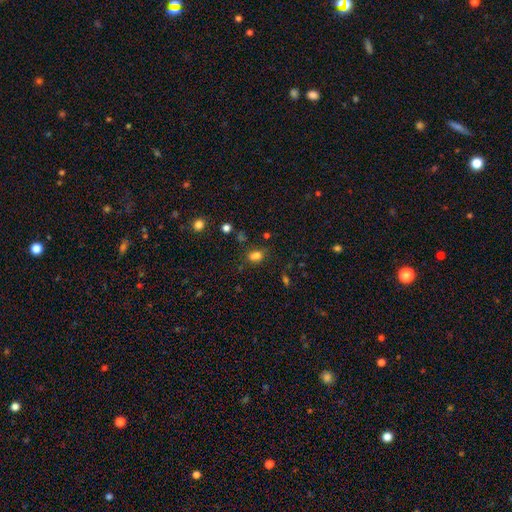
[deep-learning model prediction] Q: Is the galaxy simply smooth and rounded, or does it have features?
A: smooth — 73%.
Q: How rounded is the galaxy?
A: in between — 65%.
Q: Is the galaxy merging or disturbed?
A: none — 60%.